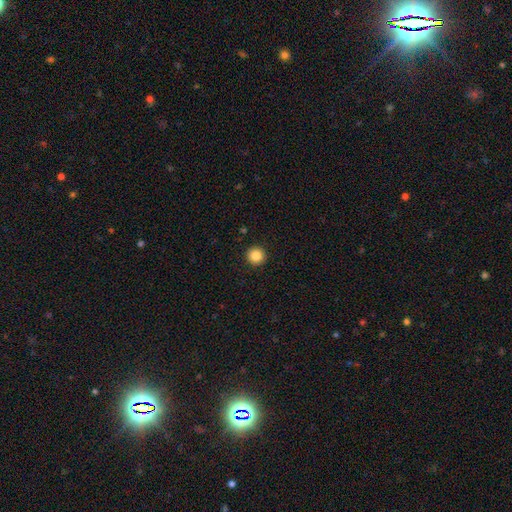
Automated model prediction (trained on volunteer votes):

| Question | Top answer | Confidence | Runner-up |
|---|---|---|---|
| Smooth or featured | smooth | 86% | star or artifact (10%) |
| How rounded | round | 96% | in between (3%) |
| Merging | none | 93% | minor disturbance (4%) |